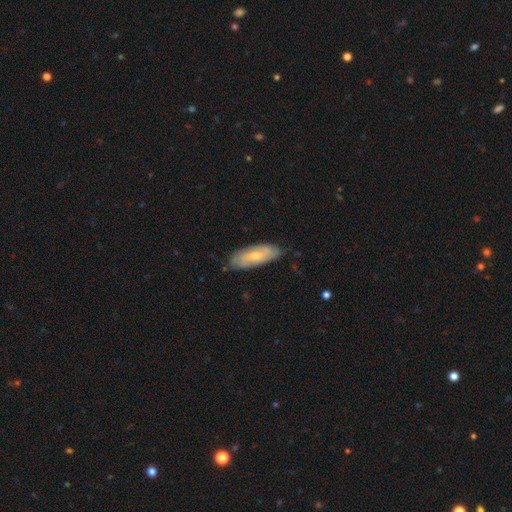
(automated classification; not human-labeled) Smooth or featured? featured or disk (51%)
Edge-on disk? no (82%)
Merging? none (78%)